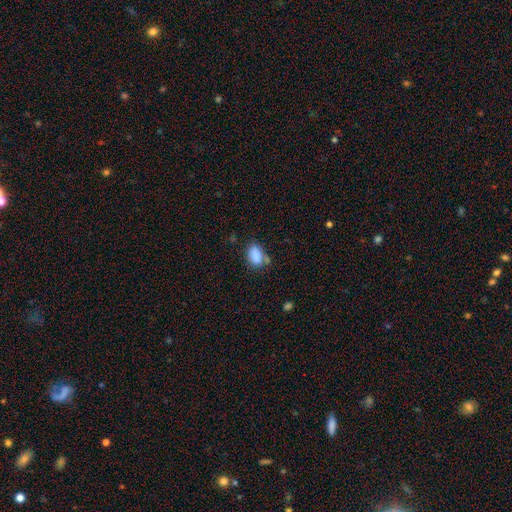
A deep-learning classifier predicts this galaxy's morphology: A smooth galaxy with no disk features (86%) that is in between round and cigar-shaped (88%).

Vote fractions:
- Smooth or featured? smooth: 86% / star or artifact: 9% / featured or disk: 5%
- How rounded? in between: 88% / round: 10% / cigar-shaped: 2%
- Merging? none: 60% / minor disturbance: 21% / merger: 12% / major disturbance: 7%